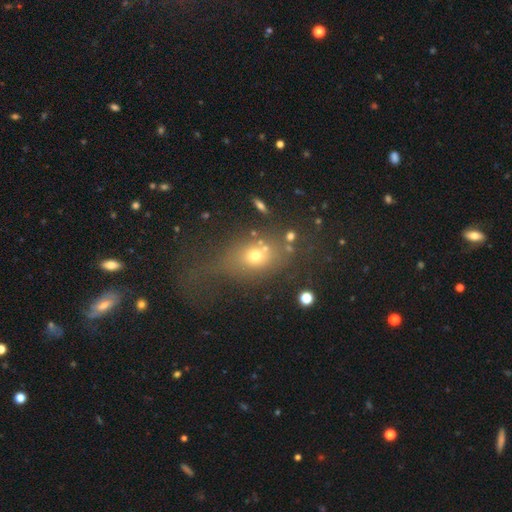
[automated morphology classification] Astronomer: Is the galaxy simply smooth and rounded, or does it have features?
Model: smooth — 59%.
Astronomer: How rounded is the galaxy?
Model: in between — 55% (runner-up: round, 39%).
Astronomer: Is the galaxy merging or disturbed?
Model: none — 41% (runner-up: major disturbance, 28%).